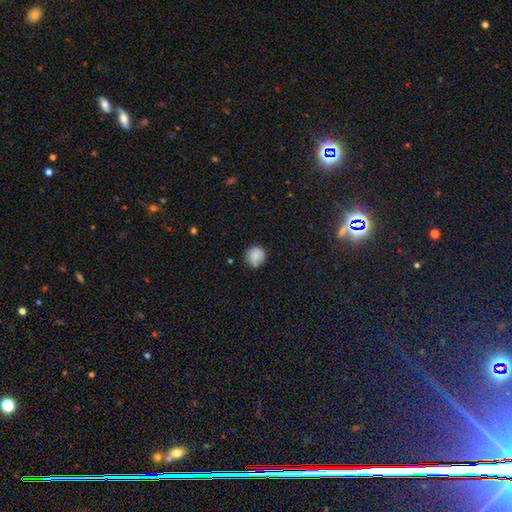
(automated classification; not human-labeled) Smooth or featured?
  - smooth: 83% *
  - star or artifact: 9%
  - featured or disk: 8%
How rounded?
  - round: 89% *
  - in between: 11%
  - cigar-shaped: 1%
Merging?
  - none: 76% *
  - minor disturbance: 18%
  - major disturbance: 3%
  - merger: 2%